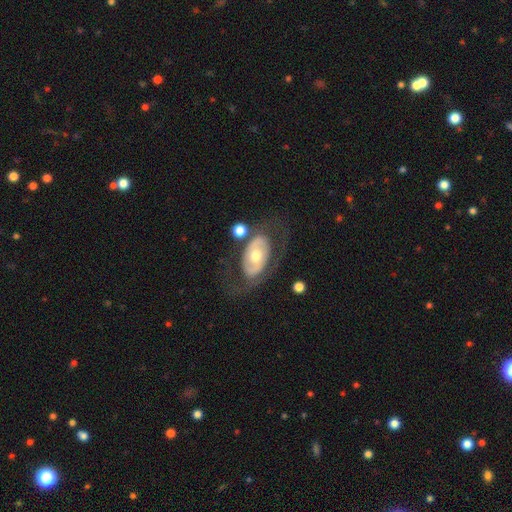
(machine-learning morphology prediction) type=featured or disk (67%); edge-on=no (93%); bar=no (73%); spiral arms=no (56%); bulge=moderate (71%); merging=none (63%).